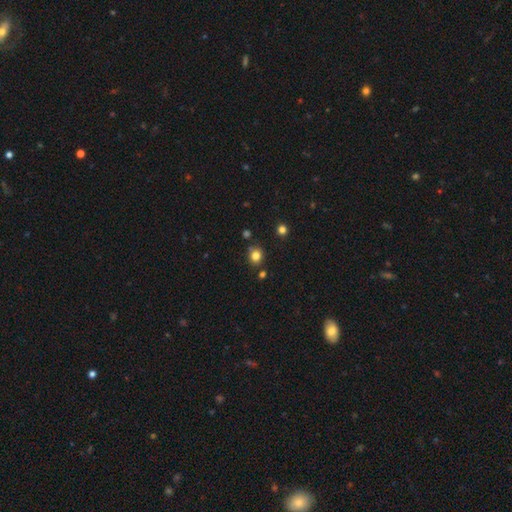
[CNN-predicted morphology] Smooth or featured: smooth — 81% (star or artifact — 14%)
How rounded: round — 76% (in between — 23%)
Merging: none — 80% (minor disturbance — 11%)